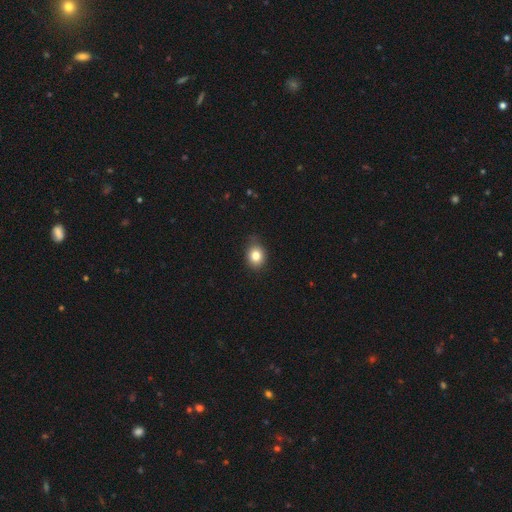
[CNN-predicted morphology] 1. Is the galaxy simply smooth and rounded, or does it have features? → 82% smooth, 10% star or artifact, 8% featured or disk.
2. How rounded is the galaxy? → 54% round, 45% in between, 1% cigar-shaped.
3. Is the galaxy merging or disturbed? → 76% none, 20% minor disturbance, 3% major disturbance, 1% merger.